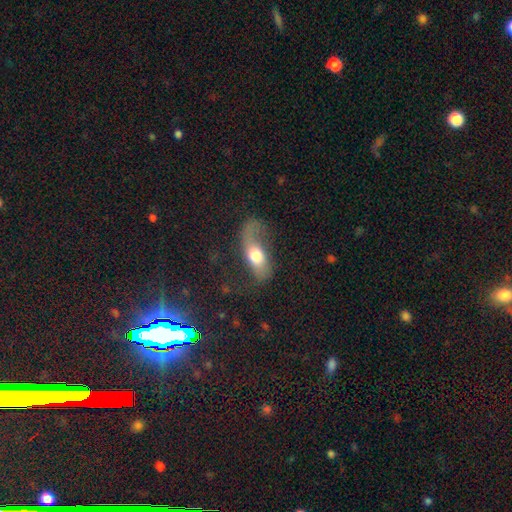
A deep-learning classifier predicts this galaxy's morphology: Smooth or featured? smooth (51%)
How rounded? in between (78%)
Merging? major disturbance (39%)